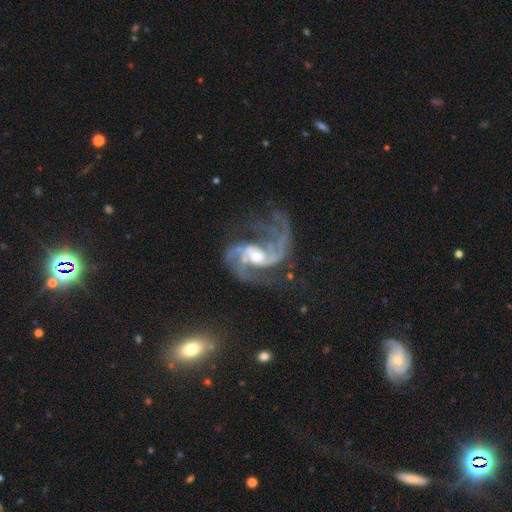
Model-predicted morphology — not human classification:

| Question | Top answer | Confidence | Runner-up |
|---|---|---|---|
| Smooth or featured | featured or disk | 91% | star or artifact (5%) |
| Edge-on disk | no | 98% | yes (2%) |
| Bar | weak | 44% | no (37%) |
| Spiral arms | yes | 97% | no (3%) |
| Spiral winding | medium | 47% | loose (41%) |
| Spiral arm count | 2 | 61% | 3 (15%) |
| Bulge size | moderate | 59% | small (29%) |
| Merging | none | 40% | major disturbance (37%) |